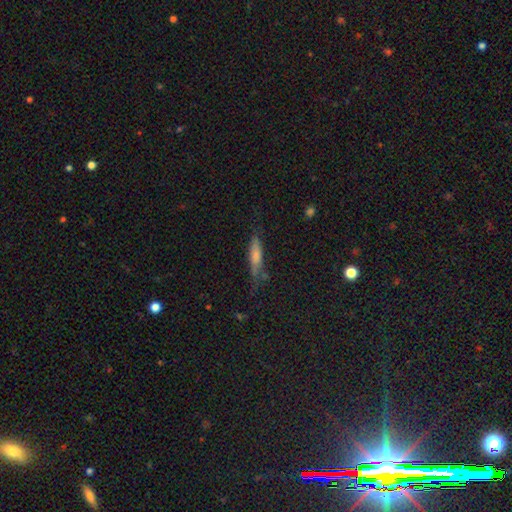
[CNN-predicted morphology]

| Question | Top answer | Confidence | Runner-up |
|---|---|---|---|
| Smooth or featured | smooth | 68% | featured or disk (24%) |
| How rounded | cigar-shaped | 76% | in between (21%) |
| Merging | none | 60% | minor disturbance (27%) |